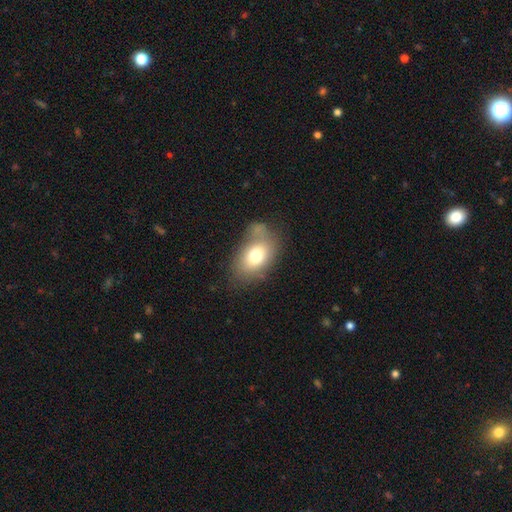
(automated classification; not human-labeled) Morphology: type=smooth (72%); roundness=in between (83%); merging=none (53%).